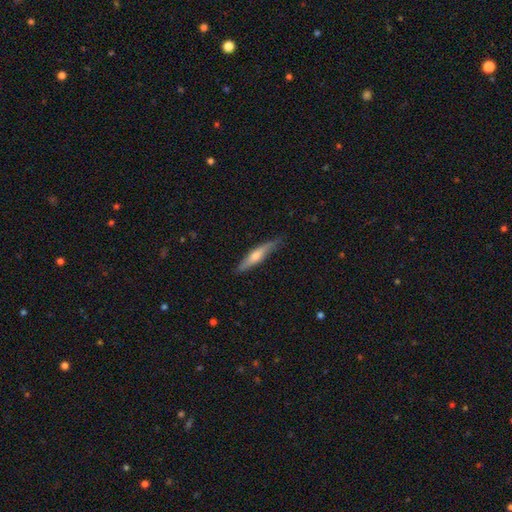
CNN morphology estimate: A featured or disk galaxy (54%) viewed edge-on (92%).

Vote fractions:
- Smooth or featured? featured or disk: 54% / smooth: 40% / star or artifact: 6%
- Edge-on disk? yes: 92% / no: 8%
- Merging? none: 83% / minor disturbance: 14% / major disturbance: 2% / merger: 1%